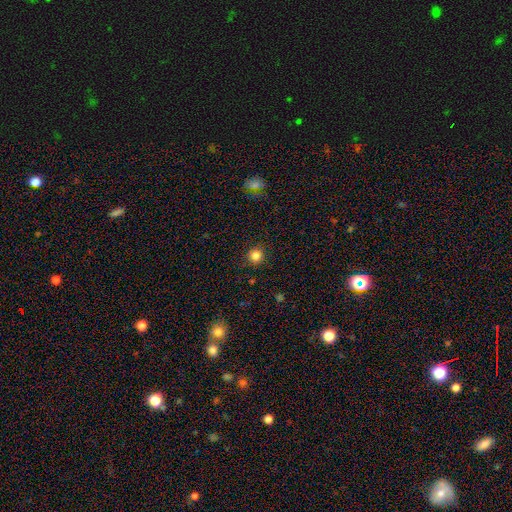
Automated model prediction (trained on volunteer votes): This is clearly a smooth galaxy (83%). How rounded: clearly round (93%). Merging: clearly none (90%).